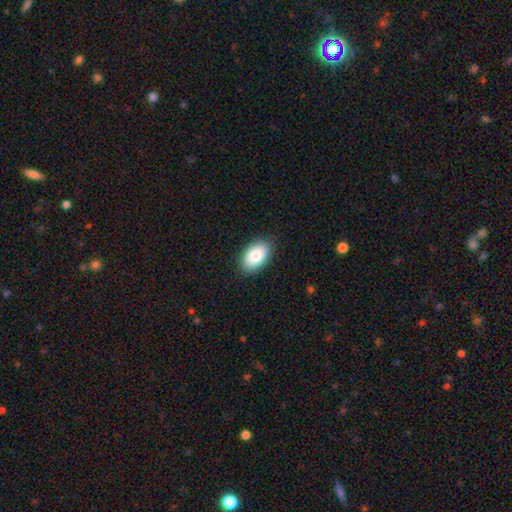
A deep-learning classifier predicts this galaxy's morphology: This appears to be a smooth galaxy with no disk features (83%) that is in between round and cigar-shaped (93%). Merging: none (87%).